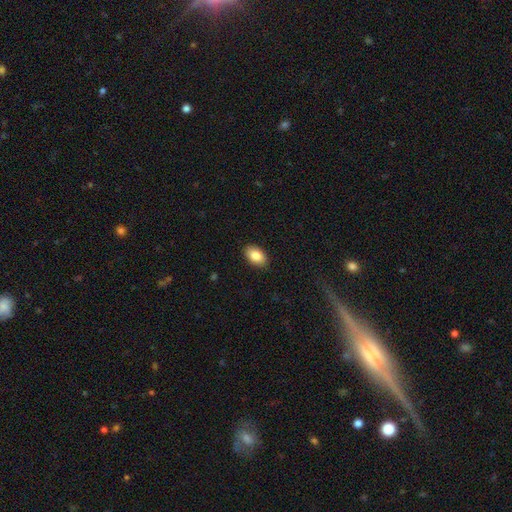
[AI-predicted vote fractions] Smooth or featured?
  - smooth: 85% *
  - featured or disk: 8%
  - star or artifact: 7%
How rounded?
  - in between: 90% *
  - round: 8%
  - cigar-shaped: 1%
Merging?
  - none: 89% *
  - minor disturbance: 8%
  - major disturbance: 2%
  - merger: 1%